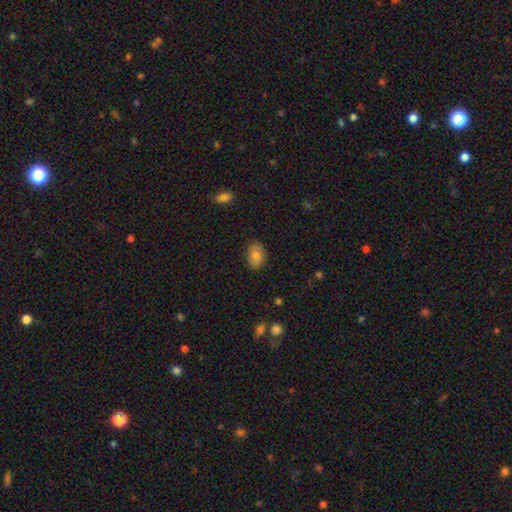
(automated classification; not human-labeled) smooth 78%, featured or disk 13%, star or artifact 9%. Down the decision tree: how rounded — in between (84%); merging — none (84%).